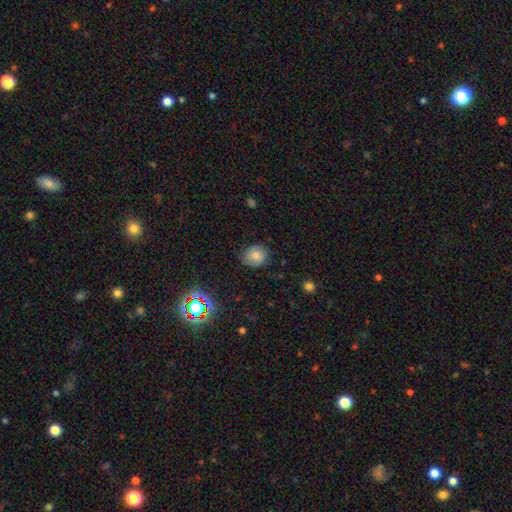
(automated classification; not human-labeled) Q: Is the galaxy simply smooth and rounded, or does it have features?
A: smooth — 77%.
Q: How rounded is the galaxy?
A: round — 75%.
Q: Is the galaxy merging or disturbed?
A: none — 75%.